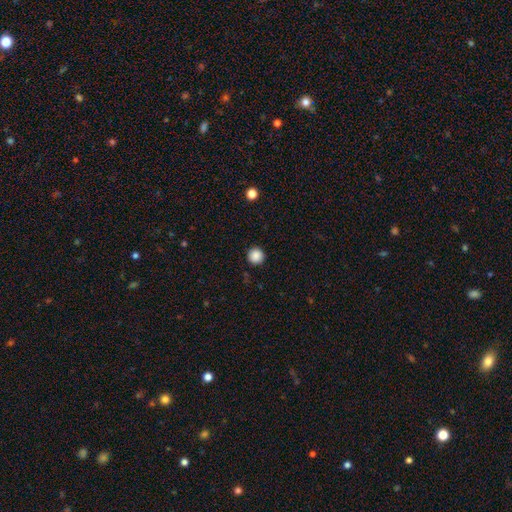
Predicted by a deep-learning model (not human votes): This appears to be a smooth galaxy with no disk features (87%) that is round (96%). Merging: none (92%).